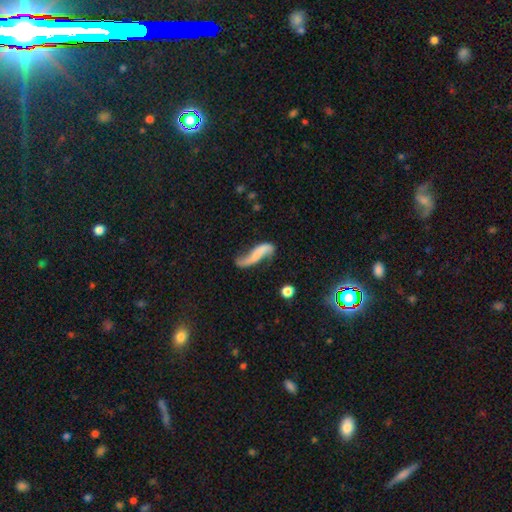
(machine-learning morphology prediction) Smooth or featured? featured or disk (72%)
Edge-on disk? no (88%)
Bar? no (49%)
Spiral arms? yes (90%)
Spiral winding? loose (89%)
Spiral arm count? 2 (88%)
Bulge size? none (62%)
Merging? none (57%)